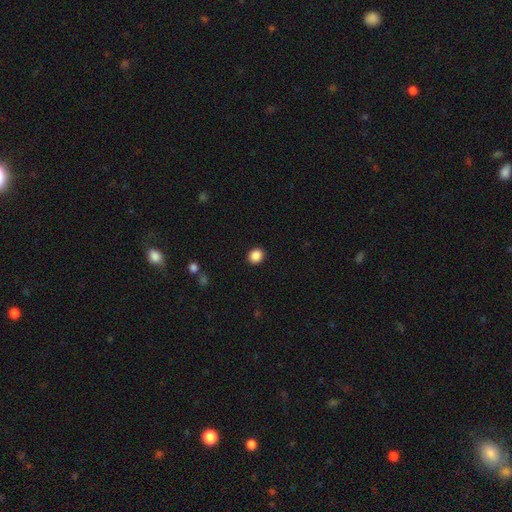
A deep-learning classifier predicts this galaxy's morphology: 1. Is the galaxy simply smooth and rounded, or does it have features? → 88% smooth, 9% star or artifact, 3% featured or disk.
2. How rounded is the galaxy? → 70% round, 29% in between, 1% cigar-shaped.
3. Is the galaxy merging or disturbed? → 92% none, 6% minor disturbance, 2% major disturbance, 1% merger.